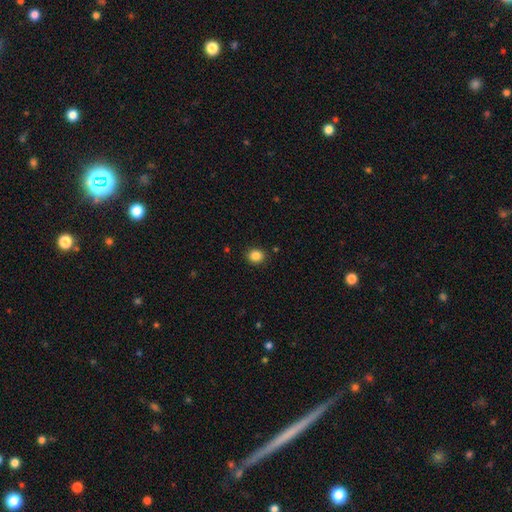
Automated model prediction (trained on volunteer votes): A smooth galaxy with no disk features (86%) that is round (76%).

Vote fractions:
- Smooth or featured? smooth: 86% / star or artifact: 11% / featured or disk: 4%
- How rounded? round: 76% / in between: 24% / cigar-shaped: 1%
- Merging? none: 90% / minor disturbance: 7% / major disturbance: 2% / merger: 1%